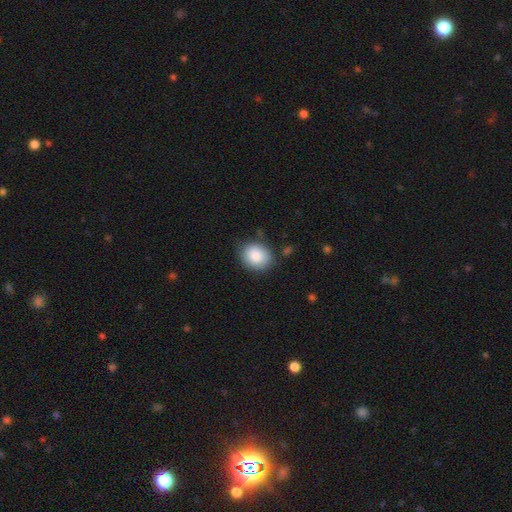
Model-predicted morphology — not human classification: A smooth galaxy with no disk features (86%) that is round (64%). Merging: none (80%).